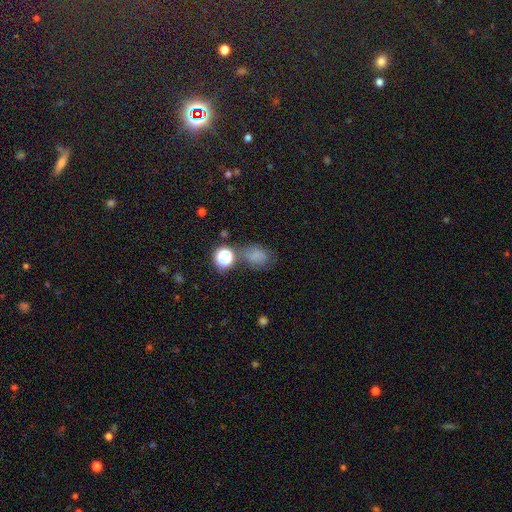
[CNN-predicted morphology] A smooth galaxy with no disk features (66%) that is in between round and cigar-shaped (64%). Merging: none (57%).